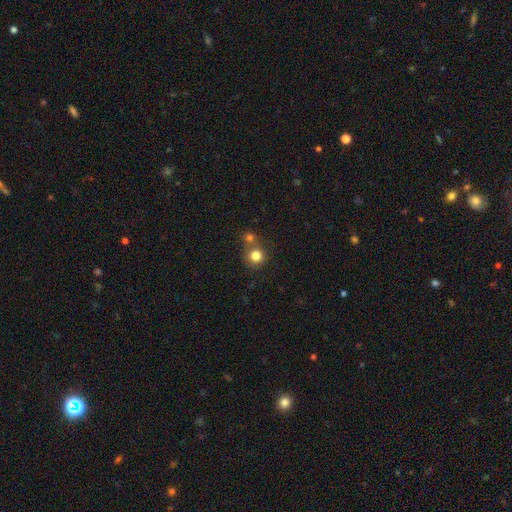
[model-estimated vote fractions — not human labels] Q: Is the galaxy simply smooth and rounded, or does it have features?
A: smooth — 81%.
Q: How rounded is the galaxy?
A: round — 91%.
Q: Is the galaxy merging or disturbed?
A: none — 59%.